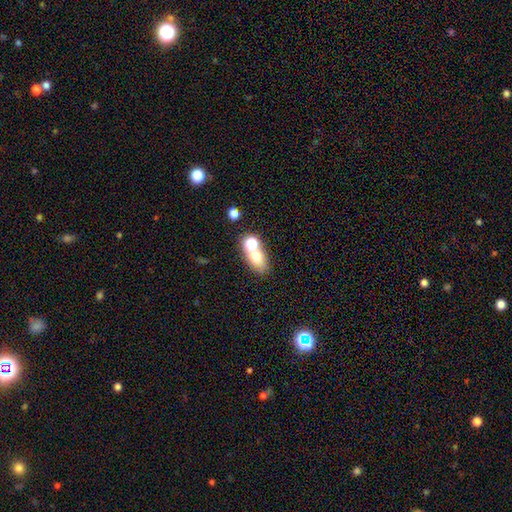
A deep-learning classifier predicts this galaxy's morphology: Overall: smooth (67%). How rounded: in between (70%). Merging: none (47%; merger 39%).